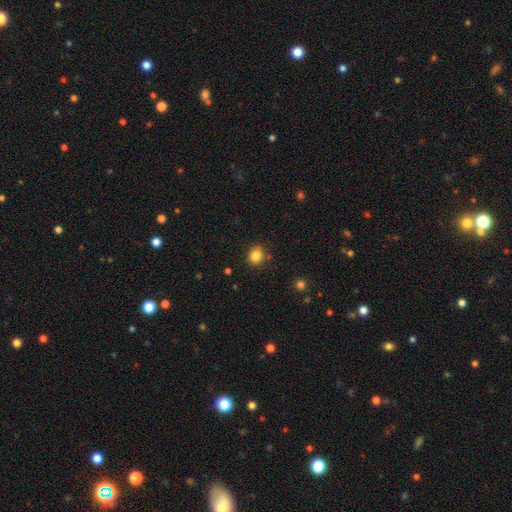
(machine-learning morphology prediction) Smooth or featured?
  - smooth: 84% *
  - star or artifact: 11%
  - featured or disk: 5%
How rounded?
  - round: 74% *
  - in between: 25%
  - cigar-shaped: 1%
Merging?
  - none: 84% *
  - minor disturbance: 11%
  - merger: 3%
  - major disturbance: 3%